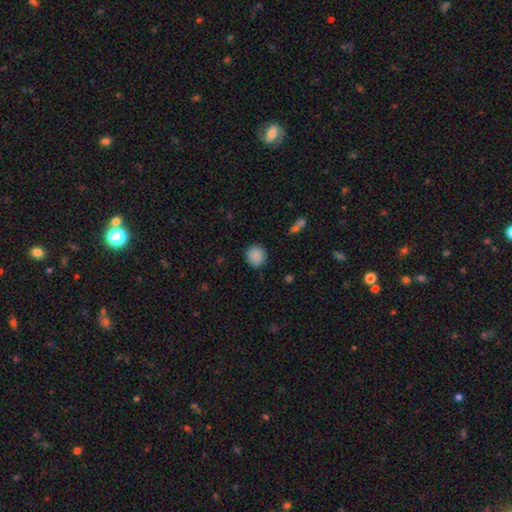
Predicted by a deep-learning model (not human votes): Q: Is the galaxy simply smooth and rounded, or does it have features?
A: smooth — 88%.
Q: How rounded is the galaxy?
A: round — 87%.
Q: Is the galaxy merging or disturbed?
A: none — 85%.